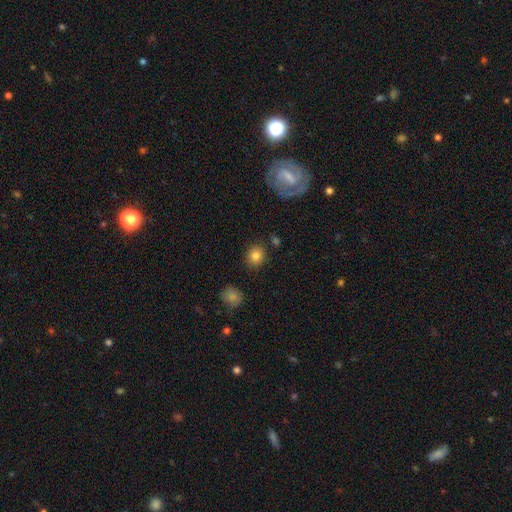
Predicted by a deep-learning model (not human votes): smooth 82%, star or artifact 10%, featured or disk 7%. Down the decision tree: how rounded — round (76%); merging — none (84%).